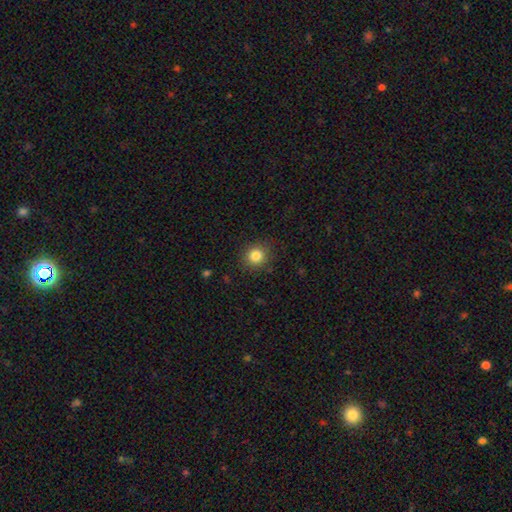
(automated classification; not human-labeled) This appears to be a smooth galaxy with no disk features (83%) that is round (89%). Merging: none (88%).